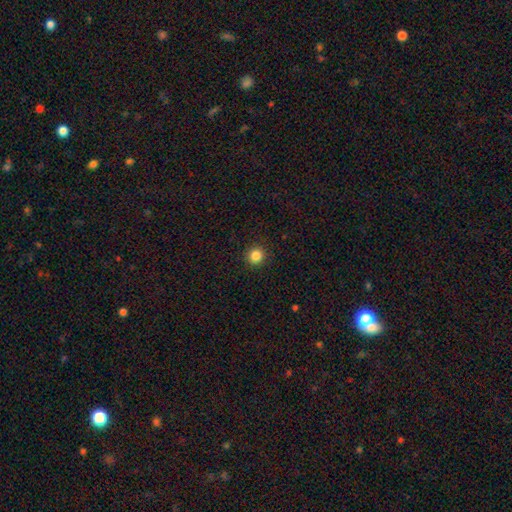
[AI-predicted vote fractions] A smooth galaxy with no disk features (85%) that is round (94%).

Vote fractions:
- Smooth or featured? smooth: 85% / star or artifact: 12% / featured or disk: 4%
- How rounded? round: 94% / in between: 5% / cigar-shaped: 1%
- Merging? none: 93% / minor disturbance: 5% / major disturbance: 2% / merger: 1%